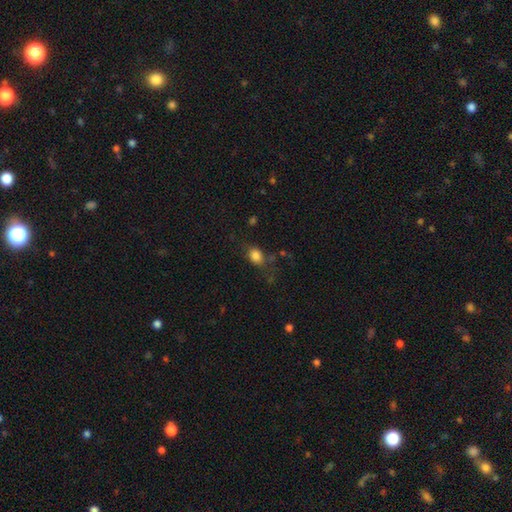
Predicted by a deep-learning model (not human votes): Q: Smooth or featured?
A: smooth (82%); runner-up: star or artifact (10%)
Q: How rounded?
A: in between (65%); runner-up: round (33%)
Q: Merging?
A: none (65%); runner-up: minor disturbance (21%)